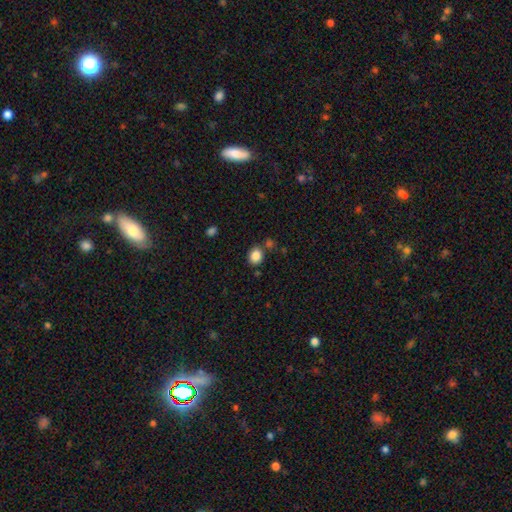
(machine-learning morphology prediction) Smooth or featured?
  - smooth: 86% *
  - star or artifact: 10%
  - featured or disk: 4%
How rounded?
  - round: 65% *
  - in between: 34%
  - cigar-shaped: 1%
Merging?
  - none: 77% *
  - minor disturbance: 11%
  - merger: 9%
  - major disturbance: 4%